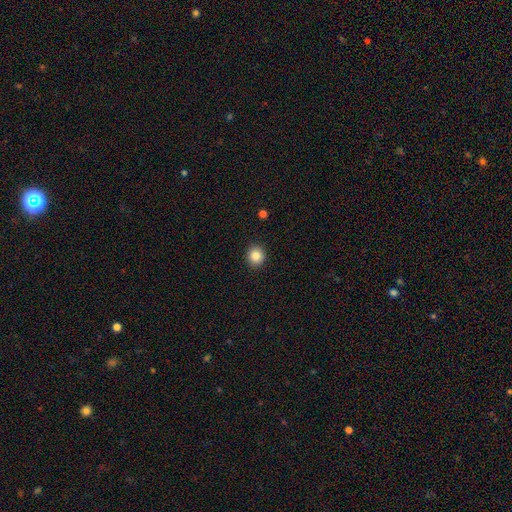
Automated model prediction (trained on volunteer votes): This appears to be a smooth galaxy with no disk features (86%) that is round (90%). Merging: none (92%).